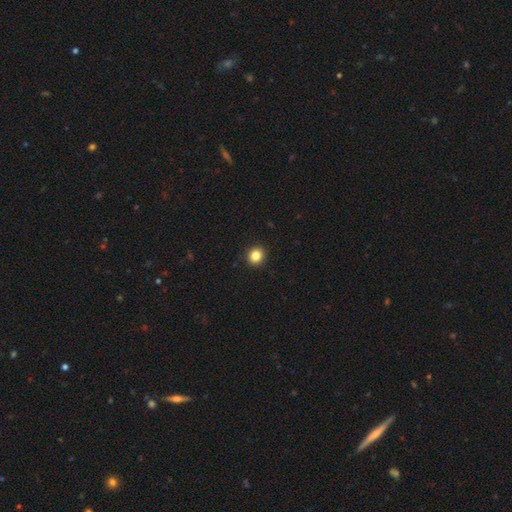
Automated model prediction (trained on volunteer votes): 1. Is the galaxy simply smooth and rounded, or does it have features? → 84% smooth, 11% star or artifact, 5% featured or disk.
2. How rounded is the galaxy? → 86% round, 13% in between, 1% cigar-shaped.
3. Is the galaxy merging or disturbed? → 93% none, 5% minor disturbance, 2% major disturbance, 1% merger.